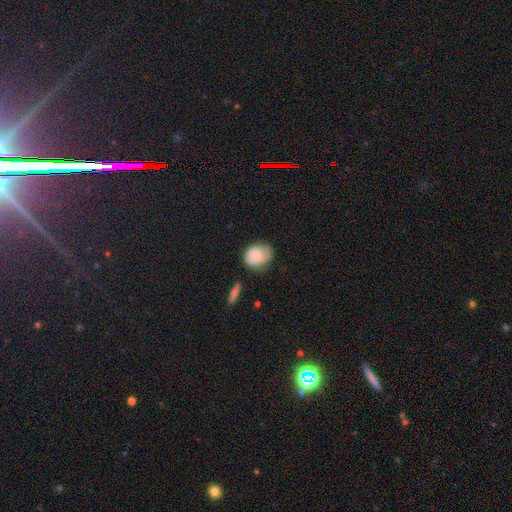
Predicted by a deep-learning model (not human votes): A smooth galaxy with no disk features (80%) that is in between round and cigar-shaped (53%).

Vote fractions:
- Smooth or featured? smooth: 80% / featured or disk: 13% / star or artifact: 7%
- How rounded? in between: 53% / round: 46% / cigar-shaped: 1%
- Merging? none: 56% / minor disturbance: 32% / major disturbance: 8% / merger: 3%